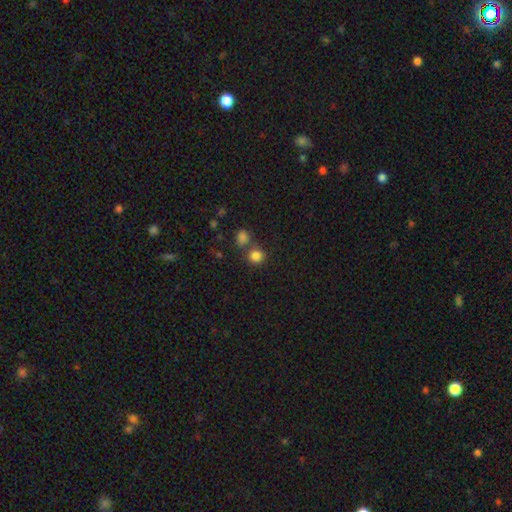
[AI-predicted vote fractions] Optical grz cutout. It shows a smooth galaxy with no disk features (82%) that is round (82%). Merging: none (61%).